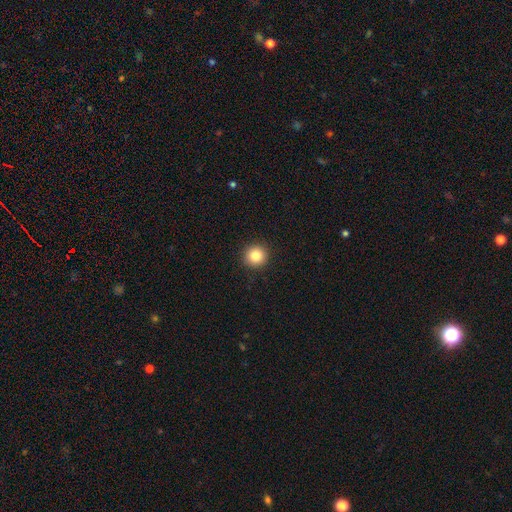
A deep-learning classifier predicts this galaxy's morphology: smooth_or_featured: smooth (p=0.85) [alt: star or artifact p=0.10]
how_rounded: round (p=0.94) [alt: in between p=0.05]
merging: none (p=0.92) [alt: minor disturbance p=0.05]